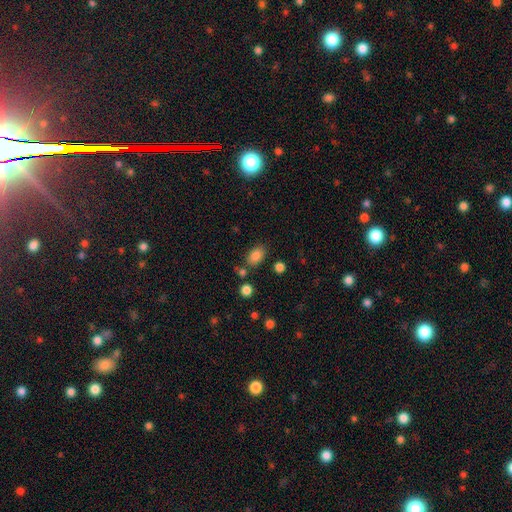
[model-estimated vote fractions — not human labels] A smooth galaxy with no disk features (85%) that is in between round and cigar-shaped (85%). Merging: none (75%).